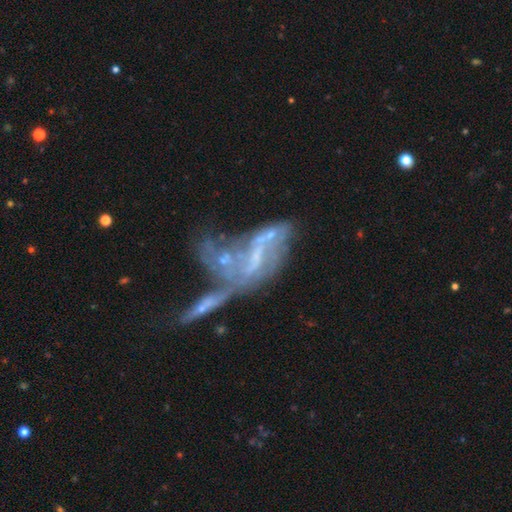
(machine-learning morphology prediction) Q: Smooth or featured?
A: featured or disk (73%); runner-up: smooth (14%)
Q: Edge-on disk?
A: no (92%); runner-up: yes (8%)
Q: Bar?
A: no (42%); runner-up: weak (34%)
Q: Spiral arms?
A: yes (58%); runner-up: no (42%)
Q: Bulge size?
A: small (43%); runner-up: none (38%)
Q: Merging?
A: merger (61%); runner-up: major disturbance (20%)